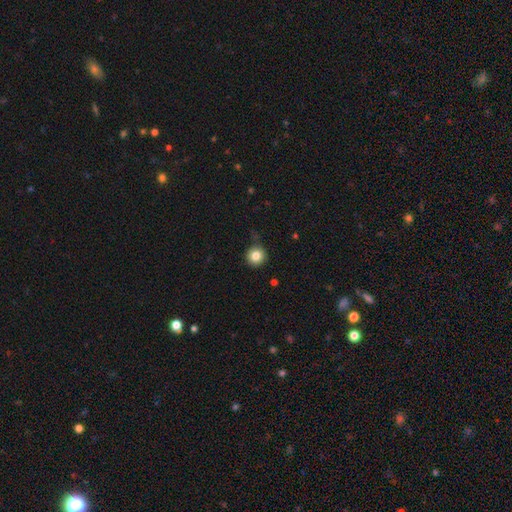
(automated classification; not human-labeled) smooth-or-featured: smooth: 83% | star or artifact: 10% | featured or disk: 7%
  how-rounded: round: 95% | in between: 4% | cigar-shaped: 1%
  merging: none: 83% | minor disturbance: 12% | major disturbance: 3% | merger: 2%